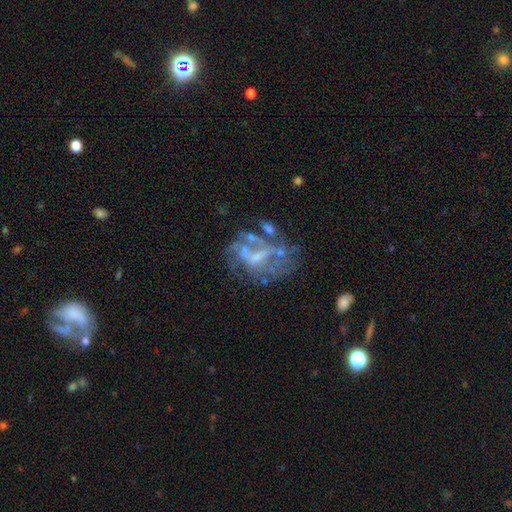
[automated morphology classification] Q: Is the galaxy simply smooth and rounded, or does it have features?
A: featured or disk — 70%.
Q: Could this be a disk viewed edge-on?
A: no — 97%.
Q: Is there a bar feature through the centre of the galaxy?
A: no — 52%.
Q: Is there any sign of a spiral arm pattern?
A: no — 69%.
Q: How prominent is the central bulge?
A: none — 43%.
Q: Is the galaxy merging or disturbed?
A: none — 35%.